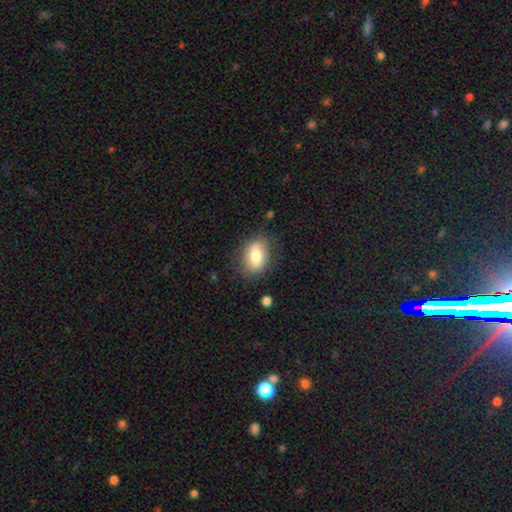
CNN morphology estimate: This appears to be a smooth galaxy with no disk features (69%) that is in between round and cigar-shaped (78%). Merging: none (77%).